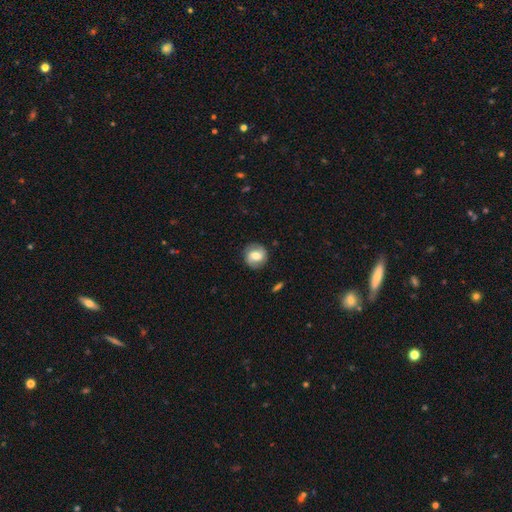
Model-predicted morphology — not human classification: type=smooth (48%); merging=none (85%).